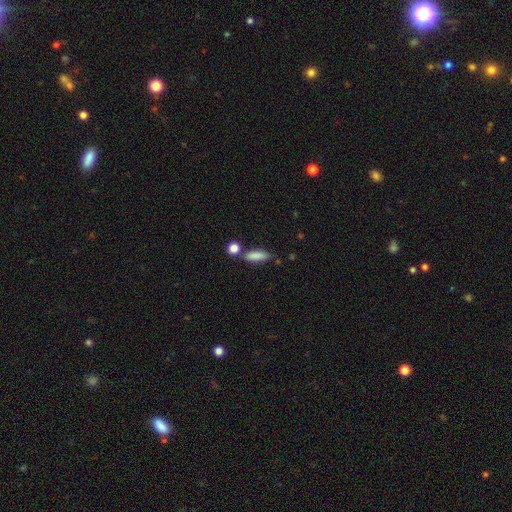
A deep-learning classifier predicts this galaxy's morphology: Smooth or featured? Predicted: smooth (p=0.85). How rounded? Predicted: in between (p=0.60). Merging? Predicted: none (p=0.64).